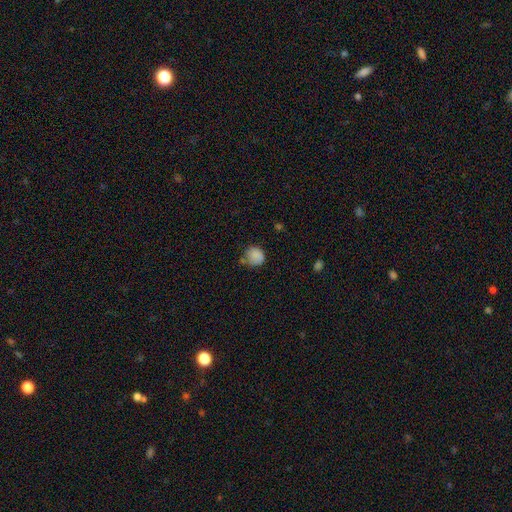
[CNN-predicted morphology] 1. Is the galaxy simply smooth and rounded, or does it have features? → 85% smooth, 9% star or artifact, 6% featured or disk.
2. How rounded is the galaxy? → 83% round, 16% in between, 1% cigar-shaped.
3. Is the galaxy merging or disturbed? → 59% none, 26% minor disturbance, 8% merger, 7% major disturbance.